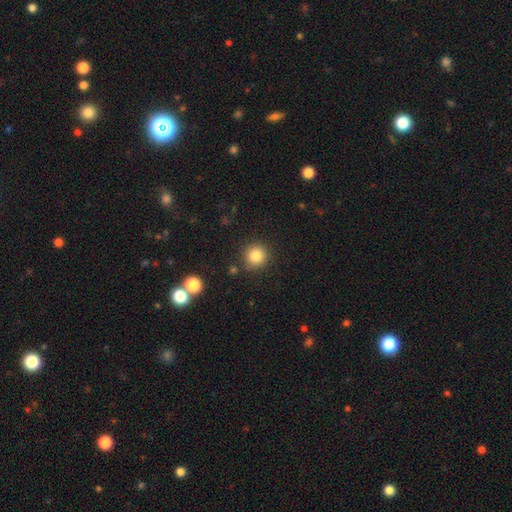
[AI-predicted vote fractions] This appears to be a smooth galaxy with no disk features (83%) that is round (93%). Merging: none (87%).